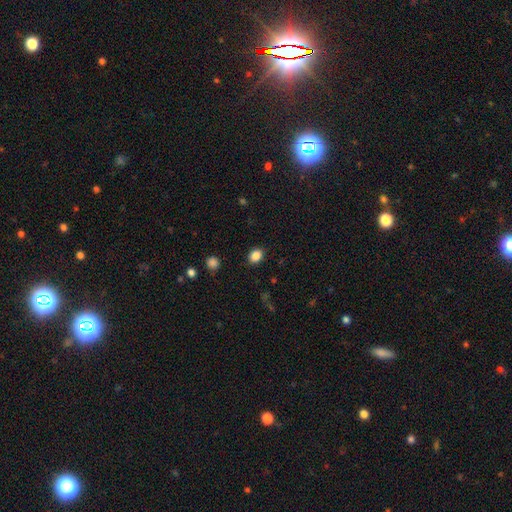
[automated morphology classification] smooth 86%, star or artifact 10%, featured or disk 4%. Down the decision tree: how rounded — in between (57%); merging — none (88%).